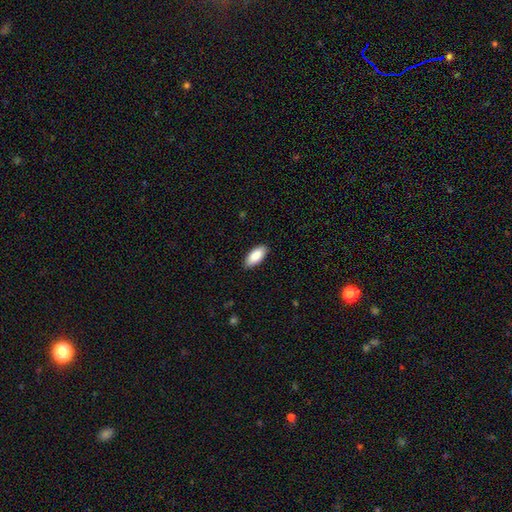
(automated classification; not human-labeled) smooth_or_featured: smooth (p=0.89) [alt: star or artifact p=0.06]
how_rounded: in between (p=0.90) [alt: cigar-shaped p=0.08]
merging: none (p=0.88) [alt: minor disturbance p=0.10]